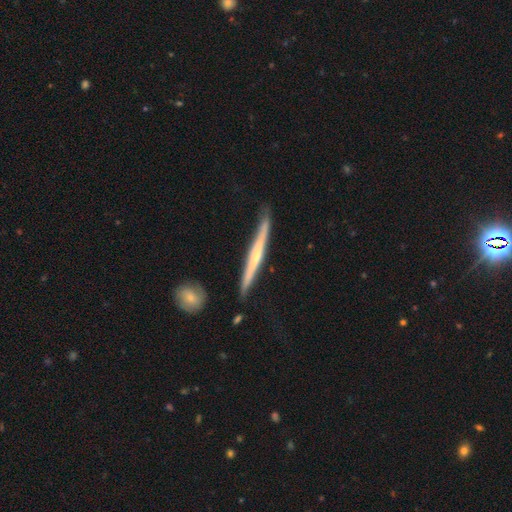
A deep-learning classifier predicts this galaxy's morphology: A featured or disk galaxy (64%) viewed edge-on (96%) with no central bulge (51%). Merging: none (80%).